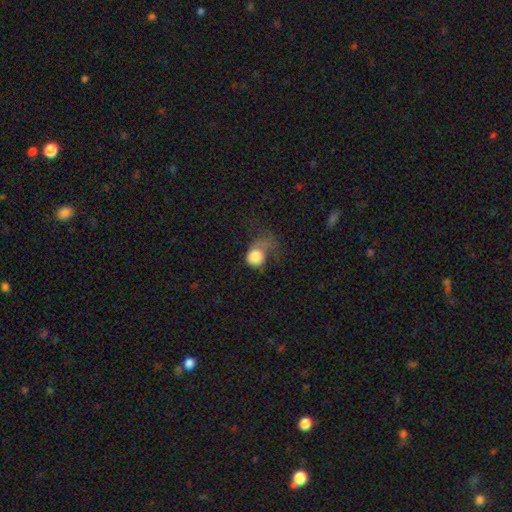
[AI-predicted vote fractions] Smooth or featured? Predicted: smooth (p=0.75). How rounded? Predicted: round (p=0.62). Merging? Predicted: major disturbance (p=0.56).